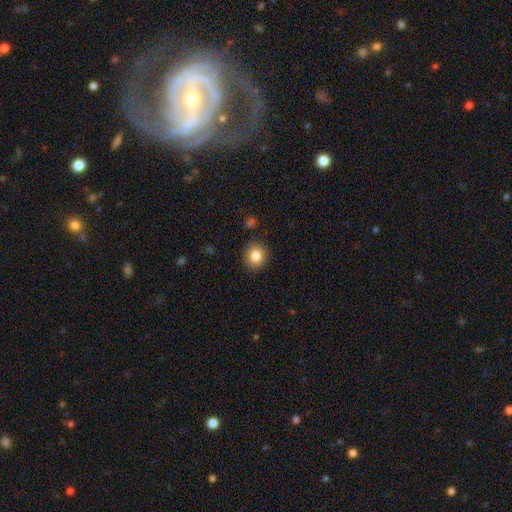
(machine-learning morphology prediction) type=smooth (84%); roundness=round (81%); merging=none (88%).